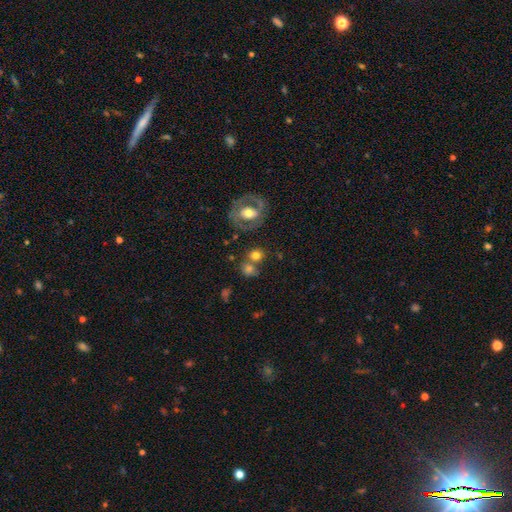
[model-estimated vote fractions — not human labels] A smooth galaxy with no disk features (71%) that is round (82%). Merging: none (57%).